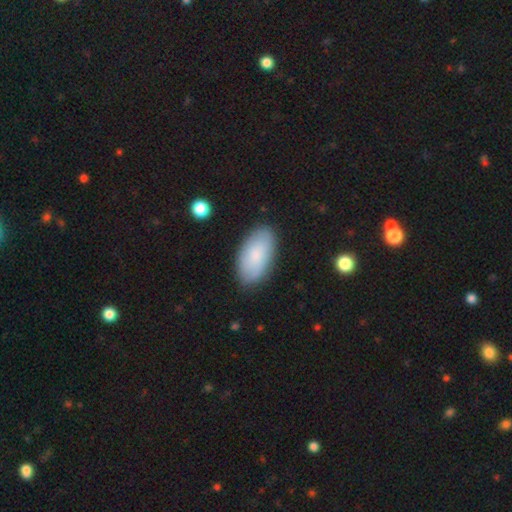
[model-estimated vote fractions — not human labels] smooth 80%, featured or disk 14%, star or artifact 6%. Down the decision tree: how rounded — in between (95%); merging — none (86%).